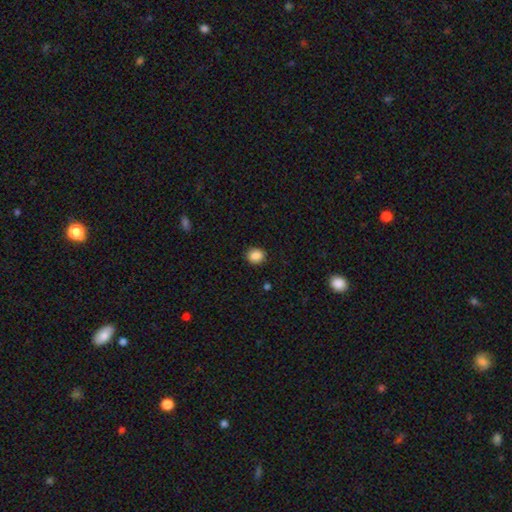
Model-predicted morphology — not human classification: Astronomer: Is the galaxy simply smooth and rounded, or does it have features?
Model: smooth — 87%.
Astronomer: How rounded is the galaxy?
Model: round — 74%.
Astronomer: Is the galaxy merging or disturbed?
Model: none — 90%.